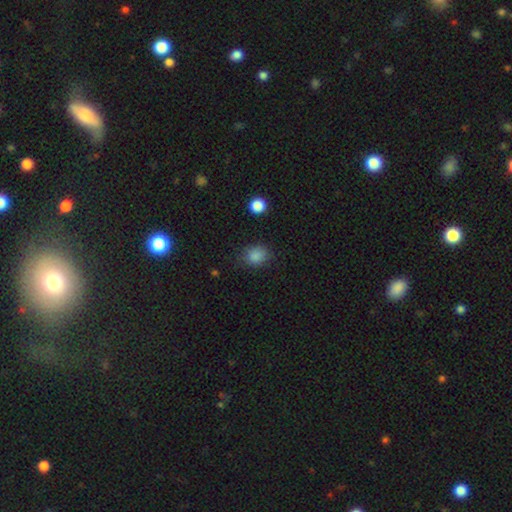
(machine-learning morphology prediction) Smooth or featured: smooth — 85% (star or artifact — 11%)
How rounded: round — 58% (in between — 41%)
Merging: none — 78% (minor disturbance — 15%)